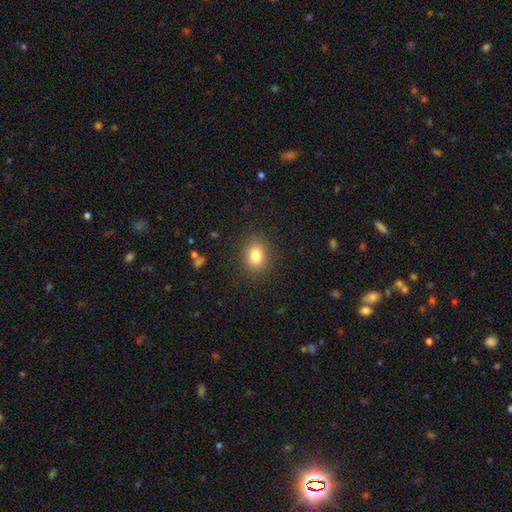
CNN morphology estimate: Smooth or featured? Predicted: smooth (p=0.82). How rounded? Predicted: in between (p=0.58). Merging? Predicted: none (p=0.87).